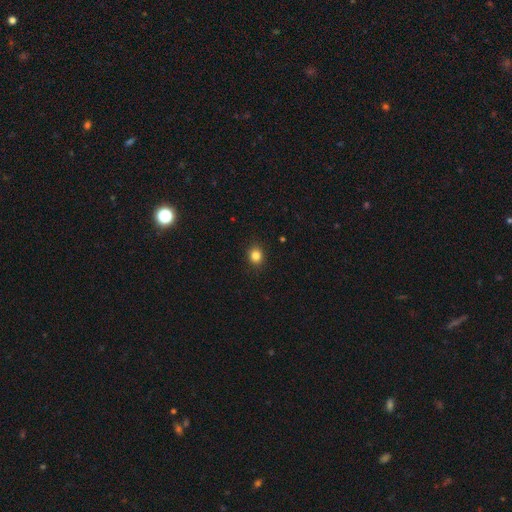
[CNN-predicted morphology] Smooth or featured? smooth (84%)
How rounded? round (70%)
Merging? none (90%)